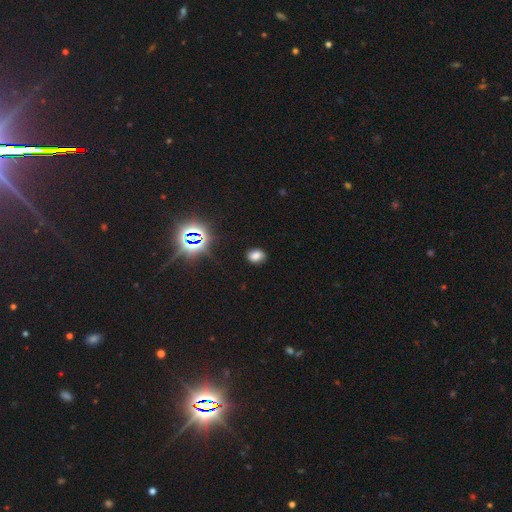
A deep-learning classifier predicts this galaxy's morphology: Q: Smooth or featured?
A: smooth (73%); runner-up: star or artifact (19%)
Q: How rounded?
A: in between (64%); runner-up: round (35%)
Q: Merging?
A: none (84%); runner-up: minor disturbance (11%)